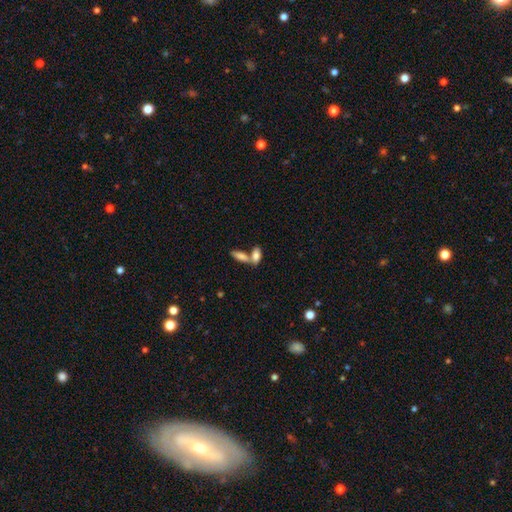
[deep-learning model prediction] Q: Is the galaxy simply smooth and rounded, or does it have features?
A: smooth — 80%.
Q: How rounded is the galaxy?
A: in between — 83%.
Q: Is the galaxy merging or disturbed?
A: merger — 53%.